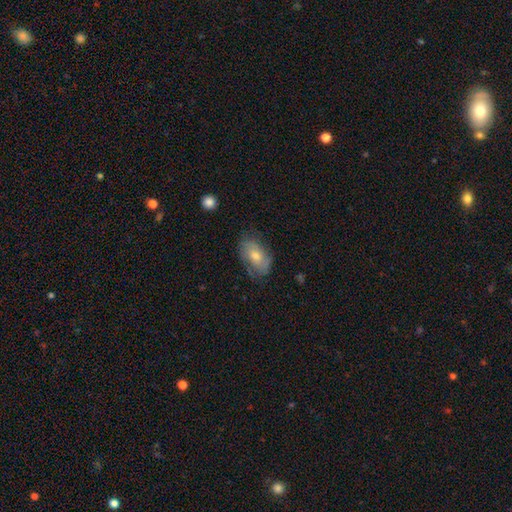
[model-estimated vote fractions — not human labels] This is possibly a smooth galaxy (49%). Merging: likely none (67%).